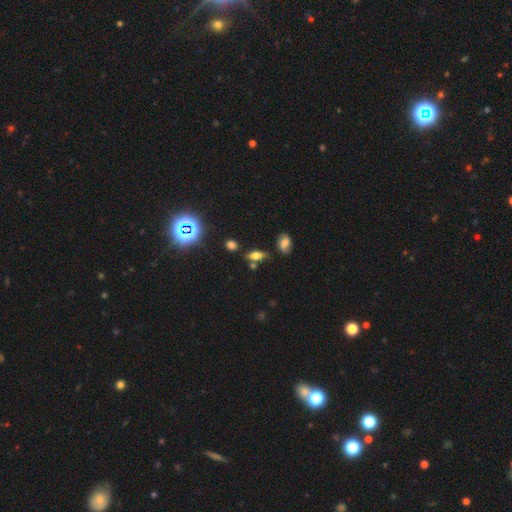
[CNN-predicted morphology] type=smooth (55%); roundness=in between (66%); merging=none (71%).